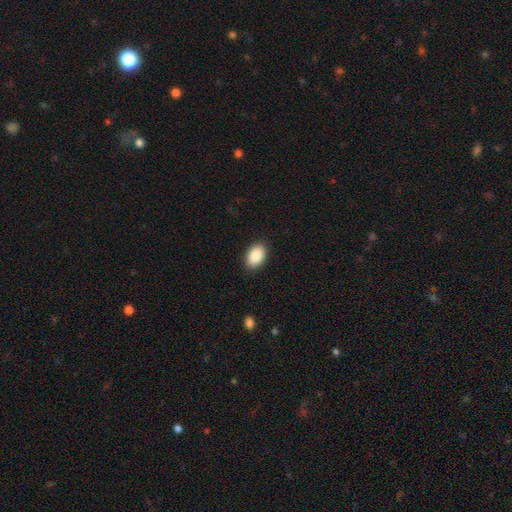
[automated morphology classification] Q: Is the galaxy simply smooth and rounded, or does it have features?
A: smooth — 89%.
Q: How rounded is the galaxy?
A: in between — 90%.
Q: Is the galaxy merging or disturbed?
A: none — 89%.